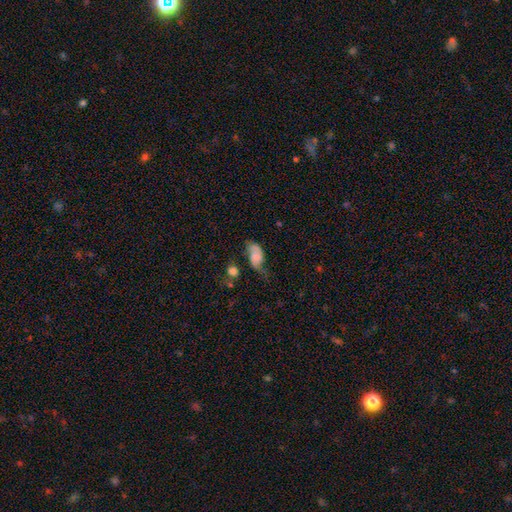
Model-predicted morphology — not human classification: smooth_or_featured: smooth (p=0.53) [alt: featured or disk p=0.38]
how_rounded: in between (p=0.89) [alt: round p=0.07]
merging: none (p=0.35) [alt: minor disturbance p=0.31]